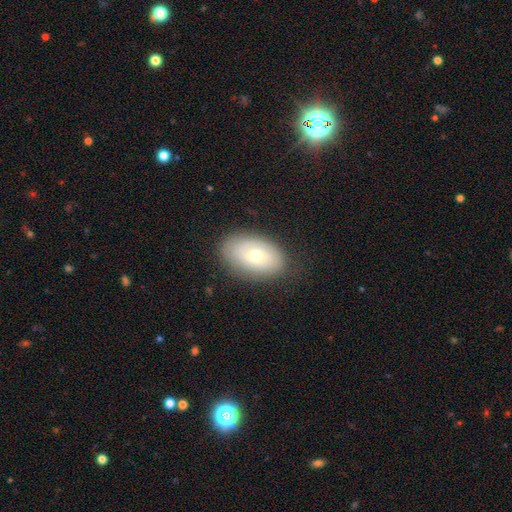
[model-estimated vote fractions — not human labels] Morphology: type=smooth (59%); roundness=in between (90%); merging=none (83%).